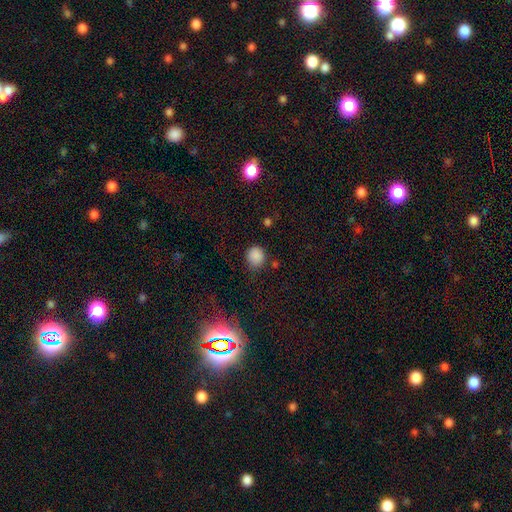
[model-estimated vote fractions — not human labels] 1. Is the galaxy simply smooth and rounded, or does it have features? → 84% smooth, 12% star or artifact, 4% featured or disk.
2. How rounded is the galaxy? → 78% round, 21% in between, 1% cigar-shaped.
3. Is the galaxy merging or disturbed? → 75% none, 17% minor disturbance, 5% major disturbance, 3% merger.